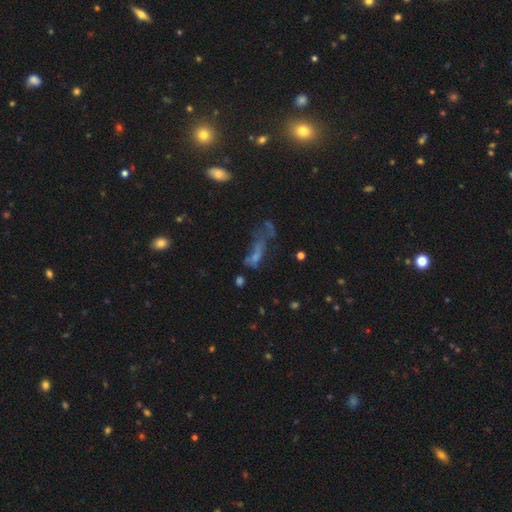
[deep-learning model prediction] A smooth galaxy with no disk features (35%).

Vote fractions:
- Smooth or featured? smooth: 35% / featured or disk: 33% / star or artifact: 32%
- Merging? major disturbance: 39% / none: 29% / merger: 16% / minor disturbance: 16%